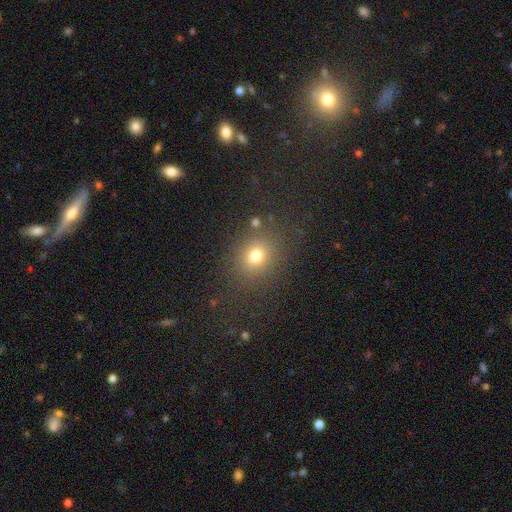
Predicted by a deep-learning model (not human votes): Smooth or featured?
  - smooth: 75% *
  - star or artifact: 17%
  - featured or disk: 8%
How rounded?
  - round: 68% *
  - in between: 31%
  - cigar-shaped: 1%
Merging?
  - none: 80% *
  - minor disturbance: 11%
  - major disturbance: 6%
  - merger: 4%